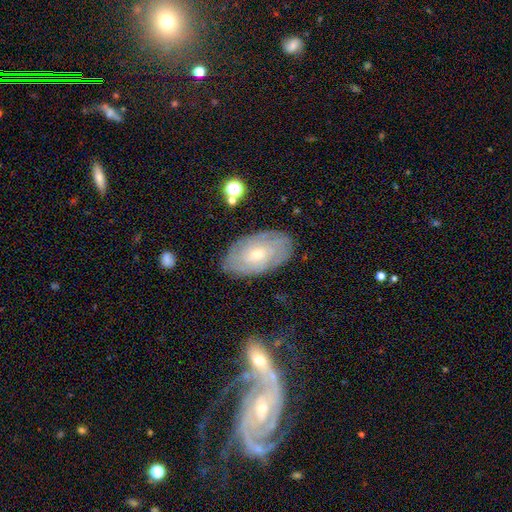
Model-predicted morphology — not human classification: The model was most divided on "bulge size": moderate: 53%, small: 42%, large: 3%, none: 1%, dominant: 1%. More confident: edge-on disk — no (92%); merging — none (76%); spiral arms — yes (75%); bar — no (71%); smooth or featured — featured or disk (62%).